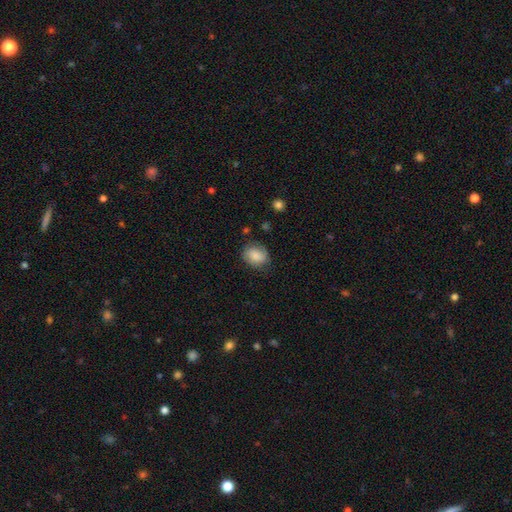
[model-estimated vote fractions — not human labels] Smooth or featured?
  - smooth: 76% *
  - featured or disk: 16%
  - star or artifact: 8%
How rounded?
  - in between: 50% *
  - round: 49%
  - cigar-shaped: 1%
Merging?
  - none: 71% *
  - minor disturbance: 22%
  - major disturbance: 6%
  - merger: 2%